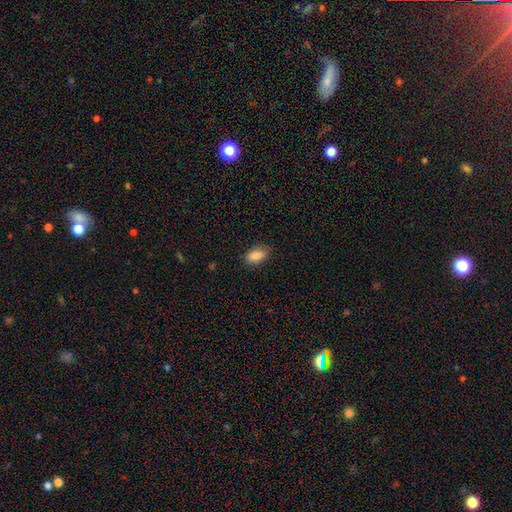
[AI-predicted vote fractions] This appears to be a smooth galaxy with no disk features (89%) that is in between round and cigar-shaped (91%). Merging: none (83%).